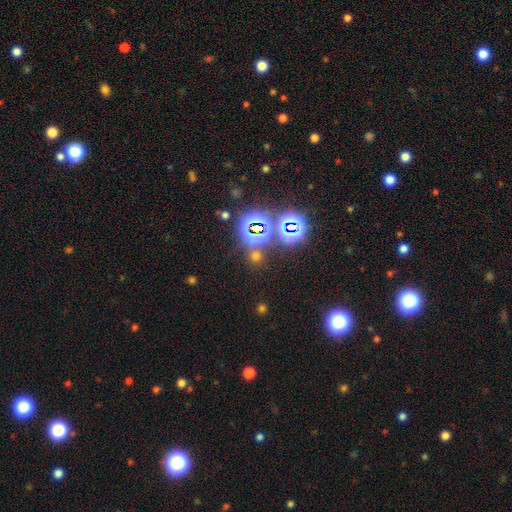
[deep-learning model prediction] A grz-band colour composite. It shows a star or artifact, not a galaxy (49%).